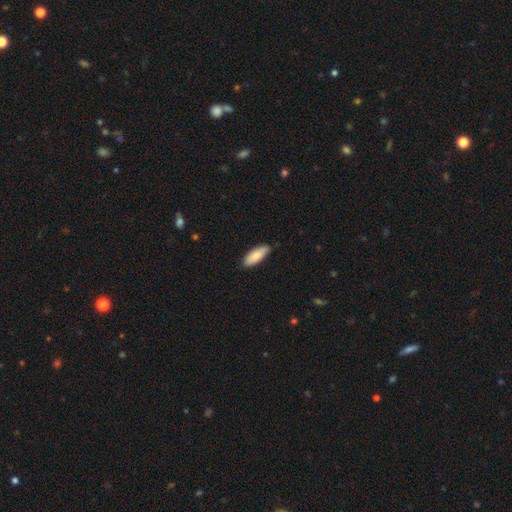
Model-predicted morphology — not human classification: smooth-or-featured: smooth: 85% | featured or disk: 9% | star or artifact: 6%
  how-rounded: in between: 70% | cigar-shaped: 29% | round: 2%
  merging: none: 84% | minor disturbance: 13% | major disturbance: 2% | merger: 1%